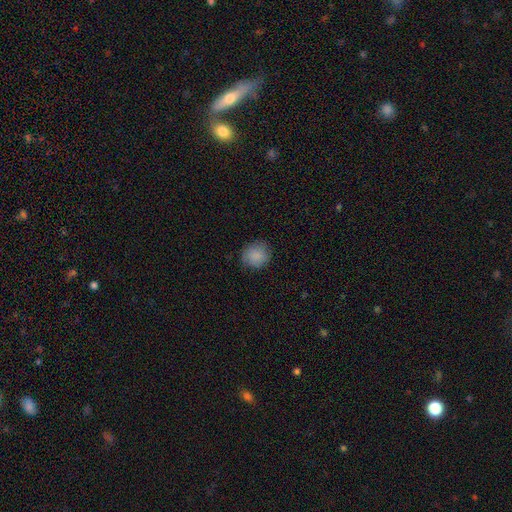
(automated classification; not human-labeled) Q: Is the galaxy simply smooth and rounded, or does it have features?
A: smooth — 88%.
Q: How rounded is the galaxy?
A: round — 80%.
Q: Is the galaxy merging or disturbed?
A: none — 82%.